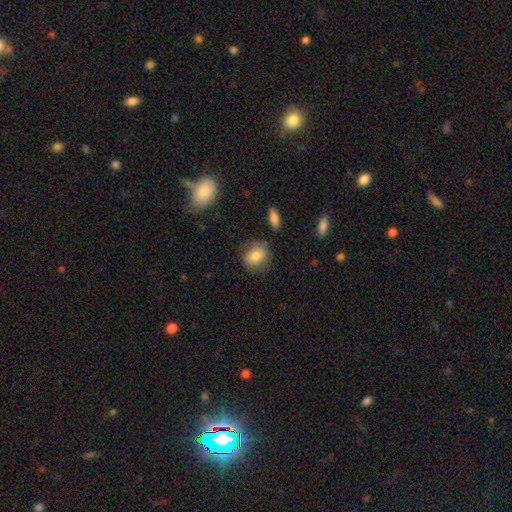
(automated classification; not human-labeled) Smooth or featured? smooth (81%)
How rounded? round (64%)
Merging? none (77%)